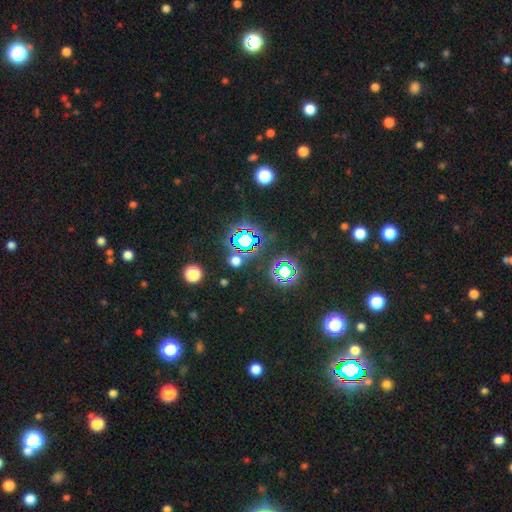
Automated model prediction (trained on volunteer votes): This appears to be a star or artifact, not a galaxy (78%).